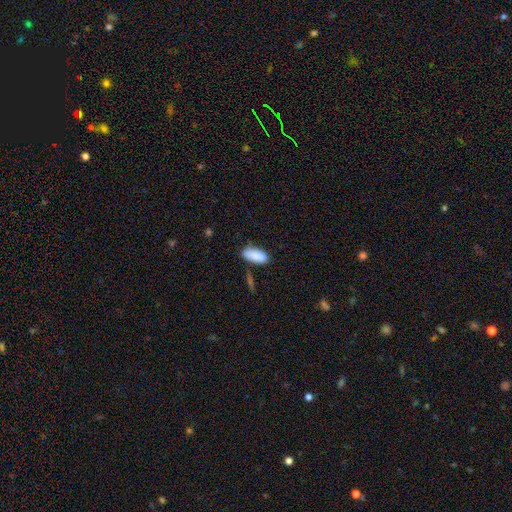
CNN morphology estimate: Overall: smooth (88%). How rounded: in between (87%). Merging: none (70%).